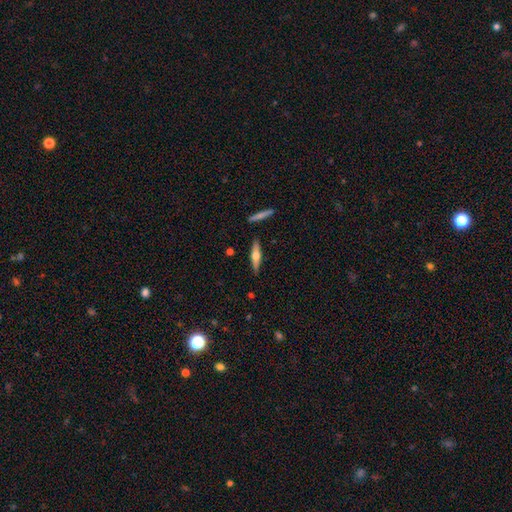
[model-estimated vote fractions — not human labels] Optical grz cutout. It shows a featured or disk galaxy (54%) viewed edge-on (94%) with a rounded central bulge (91%). Merging: none (87%).